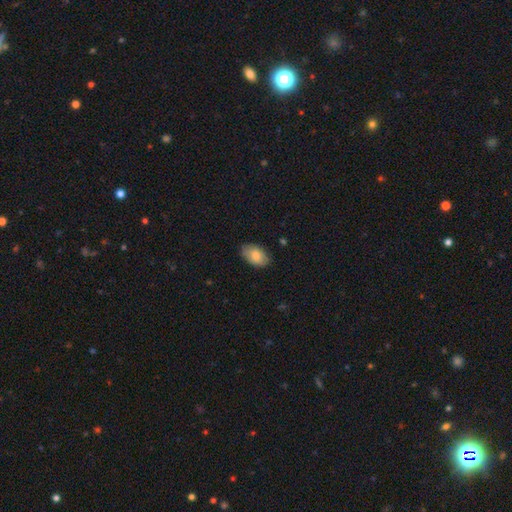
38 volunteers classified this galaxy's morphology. smooth 82%, featured or disk 16%, star or artifact 3%. Down the decision tree: how rounded — in between (97%); merging — none (86%).